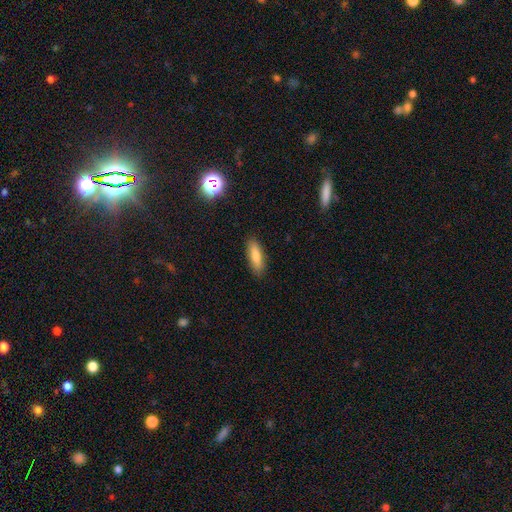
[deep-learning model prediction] This appears to be a smooth galaxy with no disk features (76%) that is cigar-shaped (51%). Merging: none (87%).